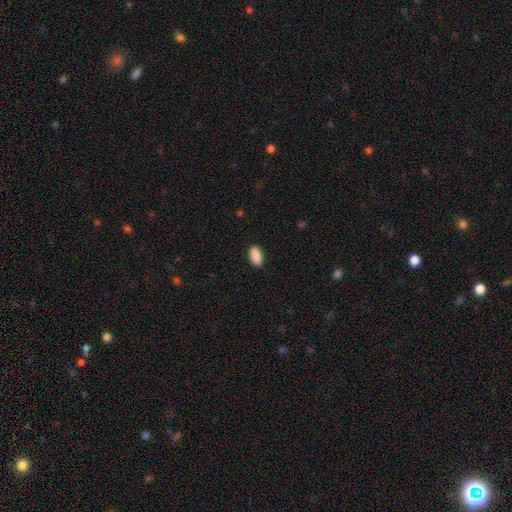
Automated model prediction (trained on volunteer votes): The model was most divided on "merging": none: 89%, minor disturbance: 8%, major disturbance: 2%, merger: 1%. More confident: how rounded — in between (94%); smooth or featured — smooth (91%).